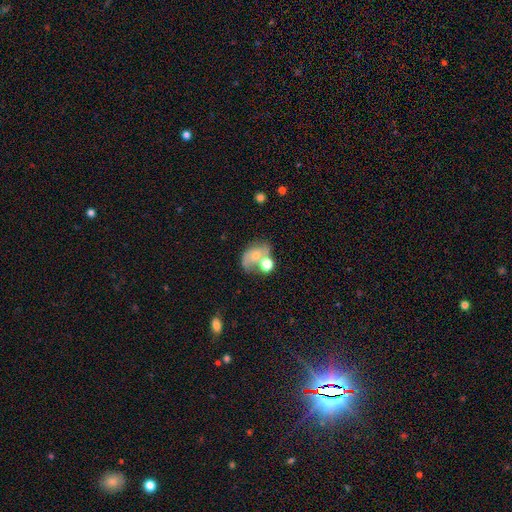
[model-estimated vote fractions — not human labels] Smooth or featured? Predicted: smooth (p=0.46). Merging? Predicted: none (p=0.33).